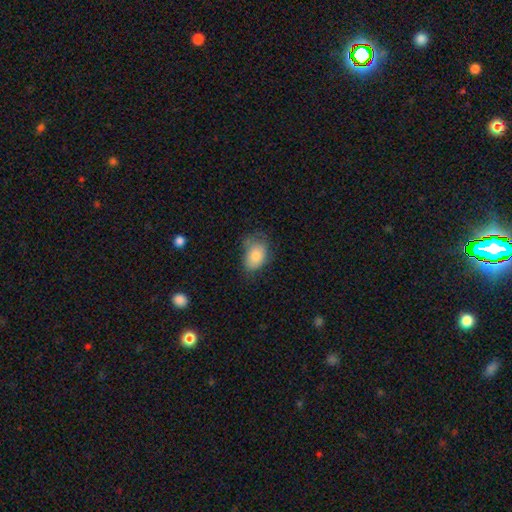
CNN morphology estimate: smooth 82%, featured or disk 11%, star or artifact 8%. Down the decision tree: how rounded — in between (84%); merging — none (47%).